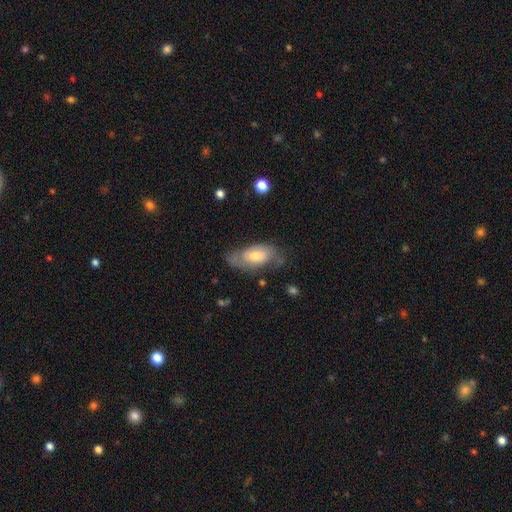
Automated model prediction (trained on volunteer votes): Smooth or featured? Predicted: featured or disk (p=0.54). Edge-on disk? Predicted: no (p=0.89). Merging? Predicted: none (p=0.56).